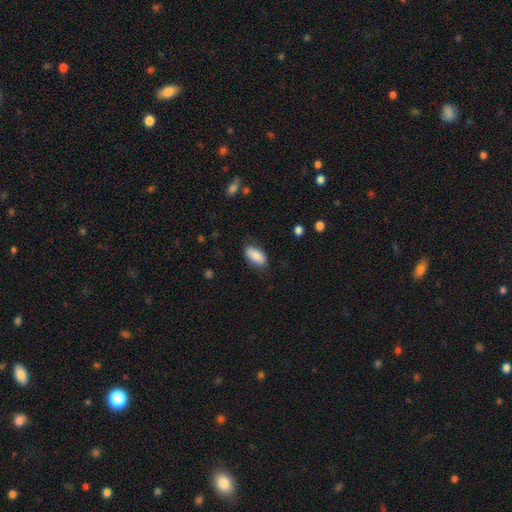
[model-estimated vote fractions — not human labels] The model was most divided on "merging": none: 78%, minor disturbance: 17%, major disturbance: 4%, merger: 1%. More confident: how rounded — in between (89%); smooth or featured — smooth (83%).